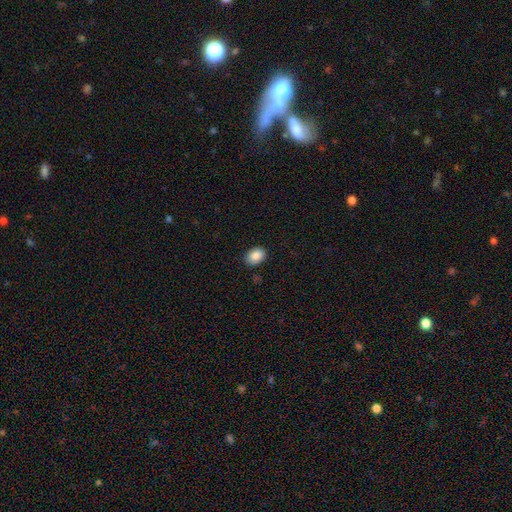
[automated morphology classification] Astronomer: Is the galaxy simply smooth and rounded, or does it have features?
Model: smooth — 88%.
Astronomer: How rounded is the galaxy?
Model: in between — 76%.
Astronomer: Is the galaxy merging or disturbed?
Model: none — 86%.